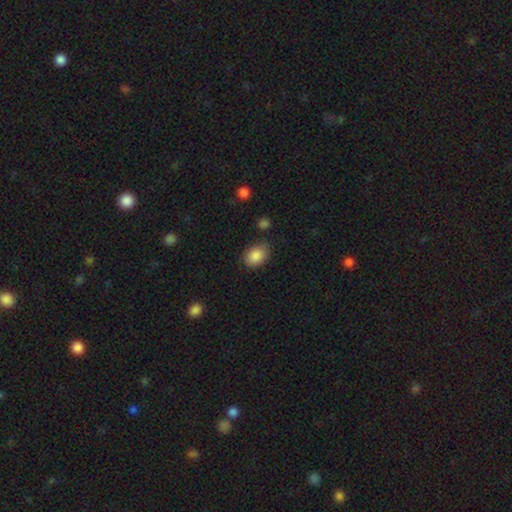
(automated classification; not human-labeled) Morphology: type=smooth (87%); roundness=in between (79%); merging=none (77%).